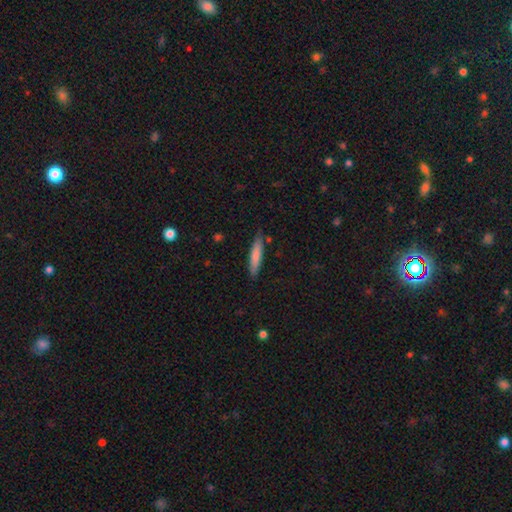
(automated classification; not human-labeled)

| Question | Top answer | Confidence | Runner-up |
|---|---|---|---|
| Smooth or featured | smooth | 76% | featured or disk (18%) |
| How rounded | cigar-shaped | 86% | in between (13%) |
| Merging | none | 82% | minor disturbance (14%) |